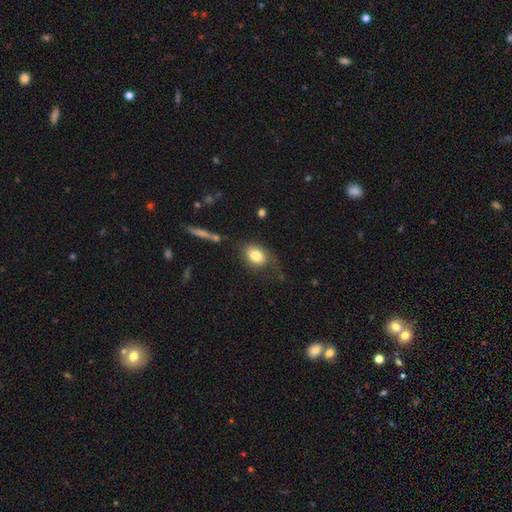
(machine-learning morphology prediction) The model was most divided on "merging": none: 58%, minor disturbance: 23%, major disturbance: 15%, merger: 4%. More confident: smooth or featured — smooth (79%); how rounded — in between (71%).